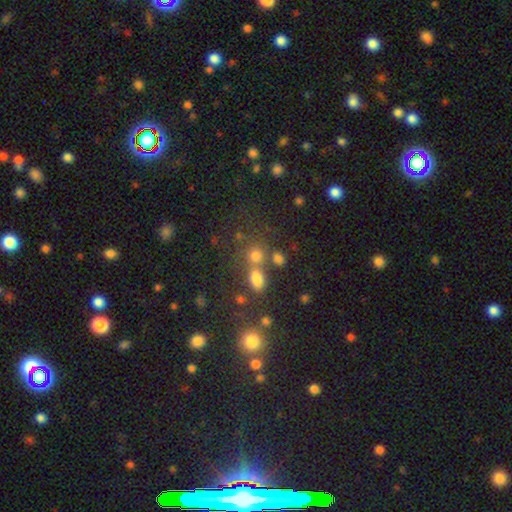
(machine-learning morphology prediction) smooth 72%, star or artifact 19%, featured or disk 9%. Down the decision tree: how rounded — round (69%); merging — none (50%).